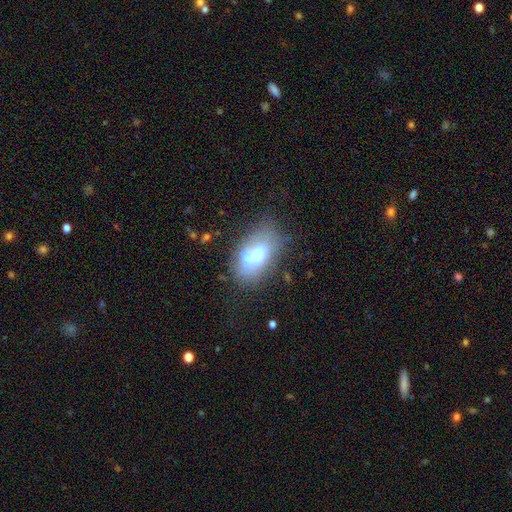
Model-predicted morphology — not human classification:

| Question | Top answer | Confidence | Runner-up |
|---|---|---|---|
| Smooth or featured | smooth | 54% | featured or disk (36%) |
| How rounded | in between | 89% | round (9%) |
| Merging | none | 46% | minor disturbance (25%) |